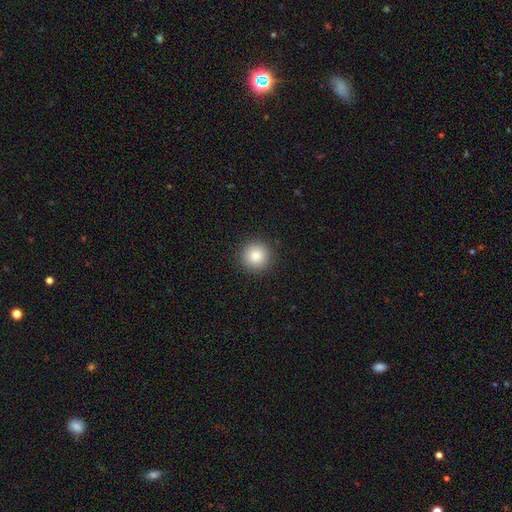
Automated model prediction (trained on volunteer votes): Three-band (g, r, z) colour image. It shows a smooth galaxy with no disk features (85%) that is round (95%). Merging: none (92%).